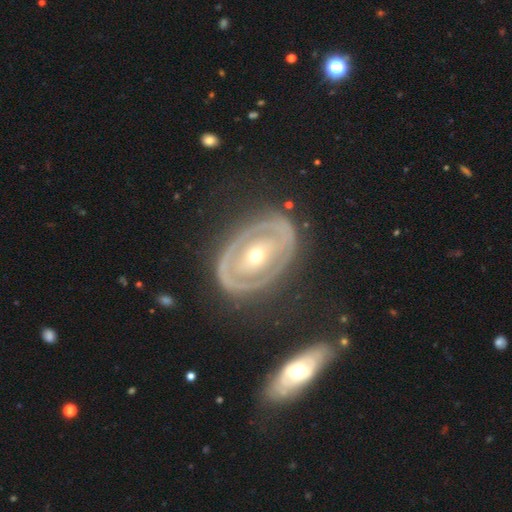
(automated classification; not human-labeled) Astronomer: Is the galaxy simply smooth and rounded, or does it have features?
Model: featured or disk — 79%.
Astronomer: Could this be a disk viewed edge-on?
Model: no — 94%.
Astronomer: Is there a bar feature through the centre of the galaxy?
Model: no — 61%.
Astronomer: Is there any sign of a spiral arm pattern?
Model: no — 55% (runner-up: yes, 45%).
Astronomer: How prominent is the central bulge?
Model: moderate — 52% (runner-up: small, 44%).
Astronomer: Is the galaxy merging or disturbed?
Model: none — 75%.